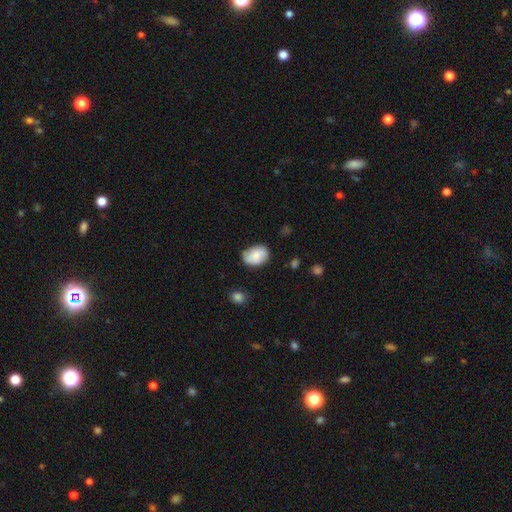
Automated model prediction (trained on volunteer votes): Smooth or featured: smooth — 81% (featured or disk — 12%)
How rounded: in between — 79% (round — 20%)
Merging: none — 68% (minor disturbance — 24%)